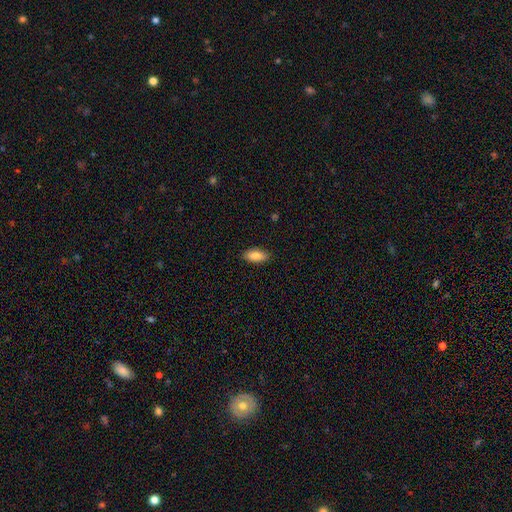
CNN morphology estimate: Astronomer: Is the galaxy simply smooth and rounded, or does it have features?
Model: smooth — 86%.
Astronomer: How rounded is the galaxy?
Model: in between — 87%.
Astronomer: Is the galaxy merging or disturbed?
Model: none — 89%.